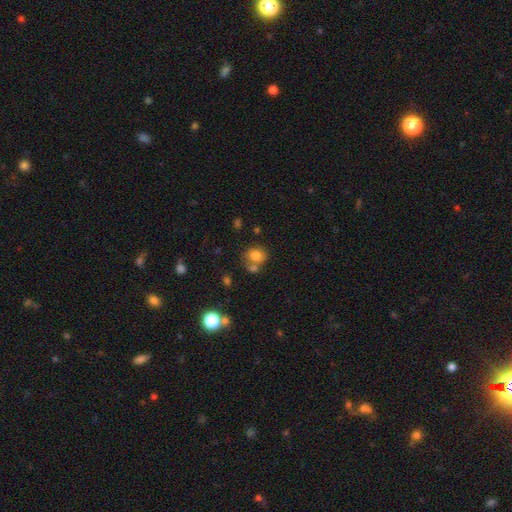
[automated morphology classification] Smooth or featured?
  - smooth: 78% *
  - star or artifact: 11%
  - featured or disk: 10%
How rounded?
  - round: 66% *
  - in between: 33%
  - cigar-shaped: 1%
Merging?
  - none: 54% *
  - merger: 28%
  - minor disturbance: 13%
  - major disturbance: 5%